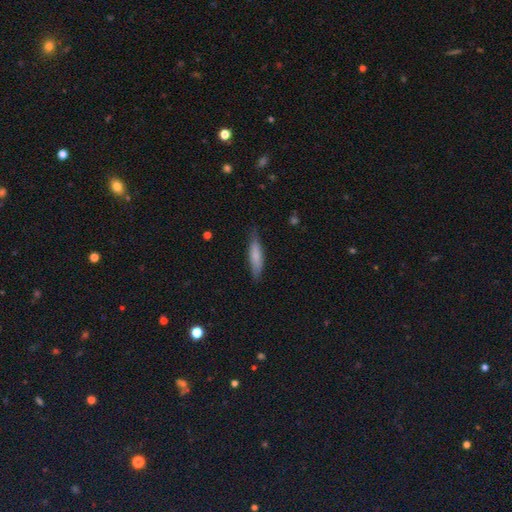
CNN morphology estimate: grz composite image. It shows a smooth galaxy with no disk features (74%) that is cigar-shaped (78%). Merging: none (78%).